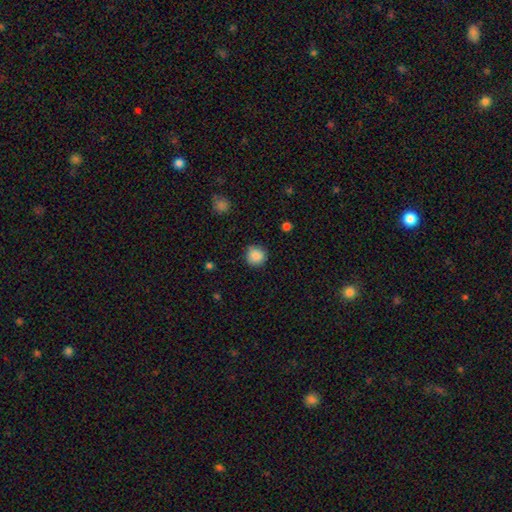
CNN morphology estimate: Smooth or featured: smooth — 87% (star or artifact — 9%)
How rounded: round — 93% (in between — 6%)
Merging: none — 88% (minor disturbance — 8%)